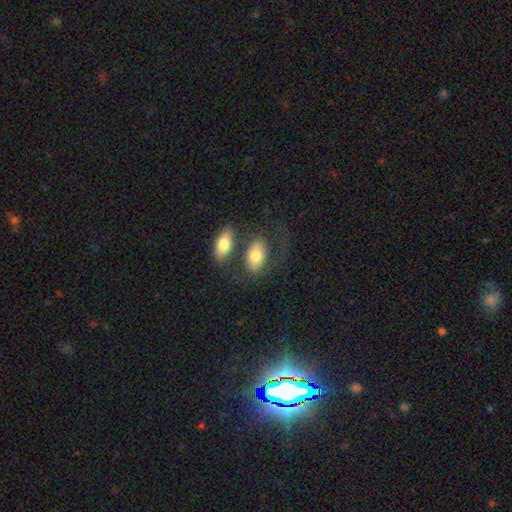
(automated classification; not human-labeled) Q: Smooth or featured?
A: smooth (71%); runner-up: featured or disk (23%)
Q: How rounded?
A: in between (91%); runner-up: round (7%)
Q: Merging?
A: none (44%); runner-up: merger (26%)